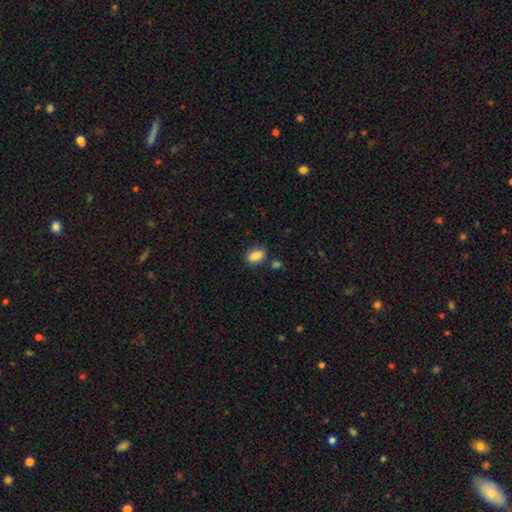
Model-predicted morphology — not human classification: Smooth or featured? smooth (87%)
How rounded? in between (85%)
Merging? none (80%)